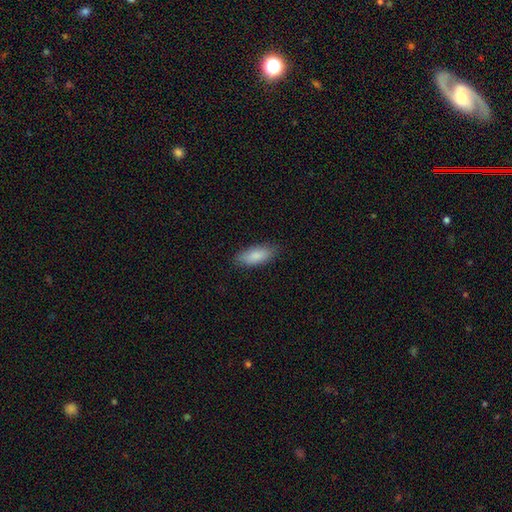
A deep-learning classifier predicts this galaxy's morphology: A smooth galaxy with no disk features (86%) that is in between round and cigar-shaped (82%). Merging: none (82%).